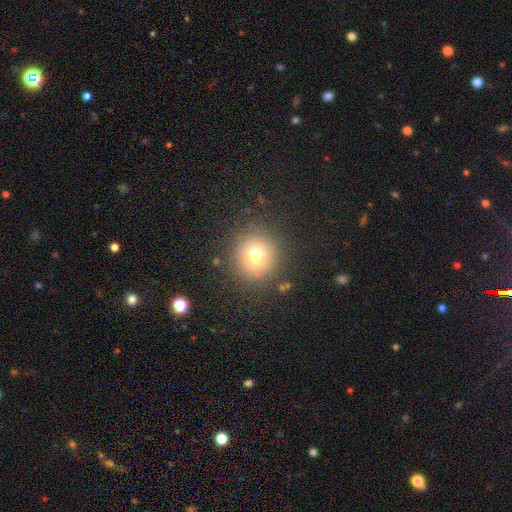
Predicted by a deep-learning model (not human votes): Morphology: type=smooth (72%); roundness=round (92%); merging=none (86%).